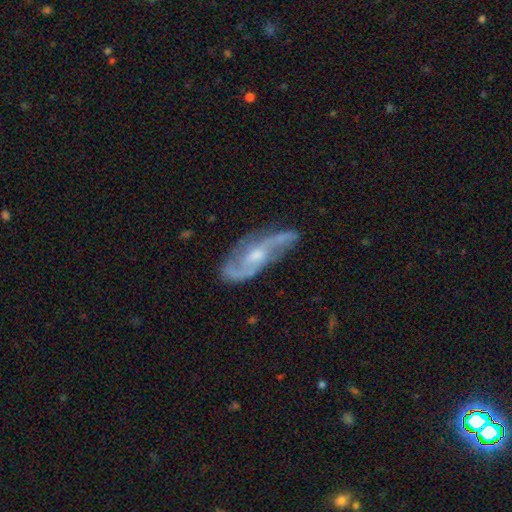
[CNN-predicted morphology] This appears to be a featured or disk galaxy (84%) with no bar (48%), 2 (77%) medium (45%) spiral arms (94%) and a moderate central bulge (52%). Merging: none (67%).